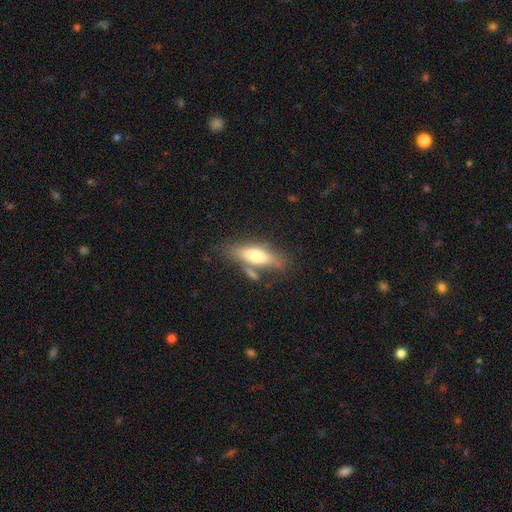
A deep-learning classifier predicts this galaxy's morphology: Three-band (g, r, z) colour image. It shows a smooth galaxy with no disk features (59%) that is in between round and cigar-shaped (52%). Merging: none (62%).